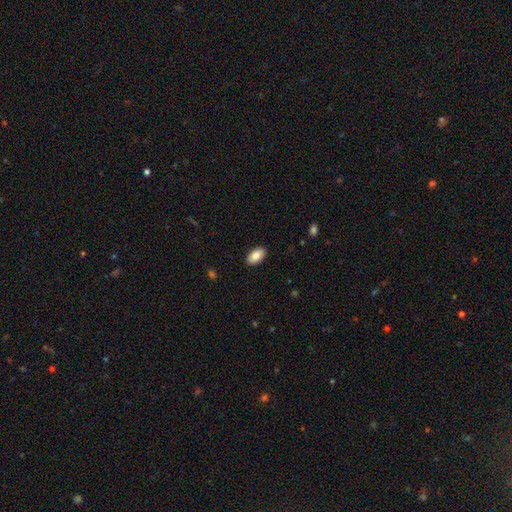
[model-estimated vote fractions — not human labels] Overall: smooth (87%). How rounded: in between (95%). Merging: none (89%).